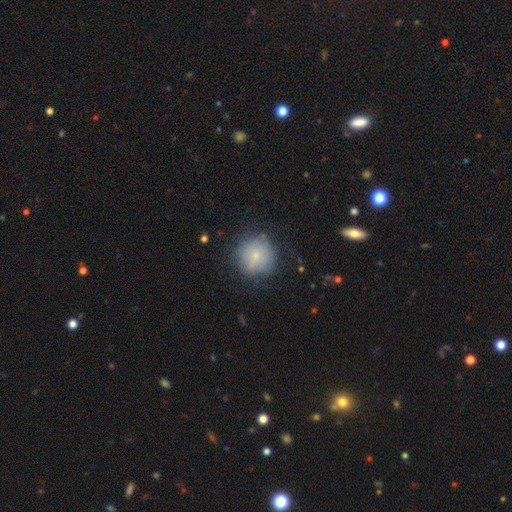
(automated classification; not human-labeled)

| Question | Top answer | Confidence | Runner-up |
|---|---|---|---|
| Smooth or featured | smooth | 73% | featured or disk (17%) |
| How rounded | round | 94% | in between (5%) |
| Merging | none | 75% | minor disturbance (17%) |